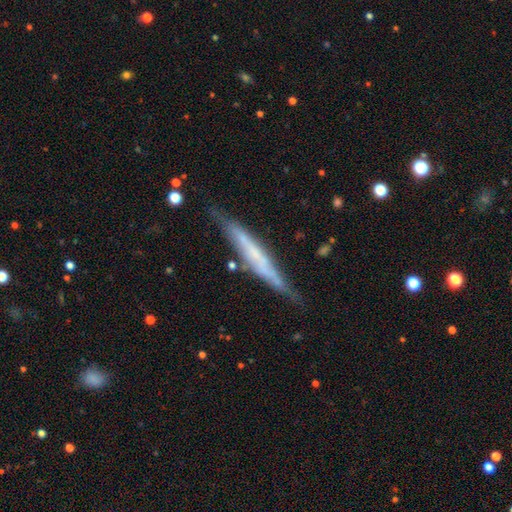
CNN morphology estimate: Smooth or featured?
  - featured or disk: 61% *
  - smooth: 32%
  - star or artifact: 7%
Edge-on disk?
  - yes: 91% *
  - no: 9%
Edge-on bulge?
  - none: 66% *
  - rounded: 18%
  - boxy: 16%
Merging?
  - none: 73% *
  - minor disturbance: 20%
  - major disturbance: 4%
  - merger: 3%